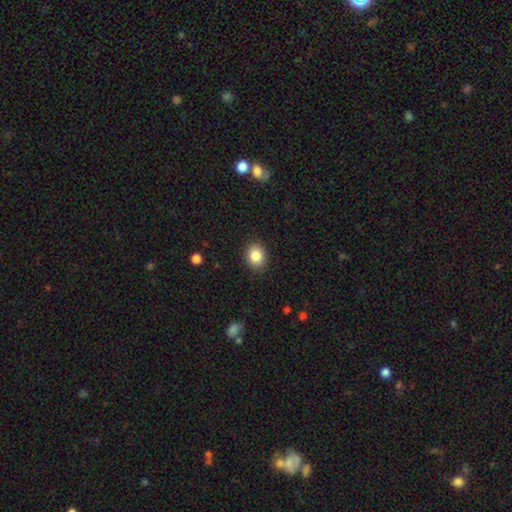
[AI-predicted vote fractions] A smooth galaxy with no disk features (86%) that is round (53%). Merging: none (88%).